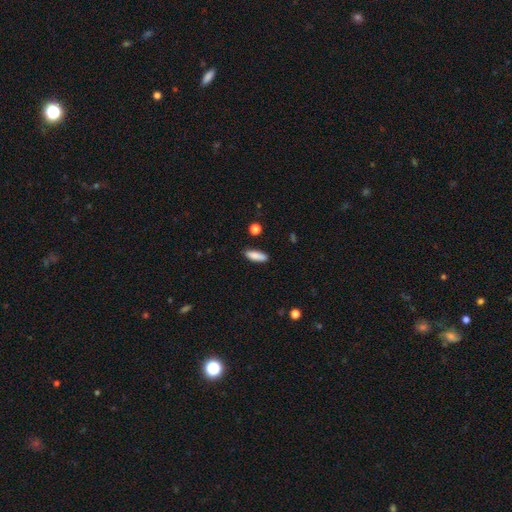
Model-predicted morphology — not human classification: This is clearly a smooth galaxy (86%). How rounded: possibly in between (53%). Merging: clearly none (85%).